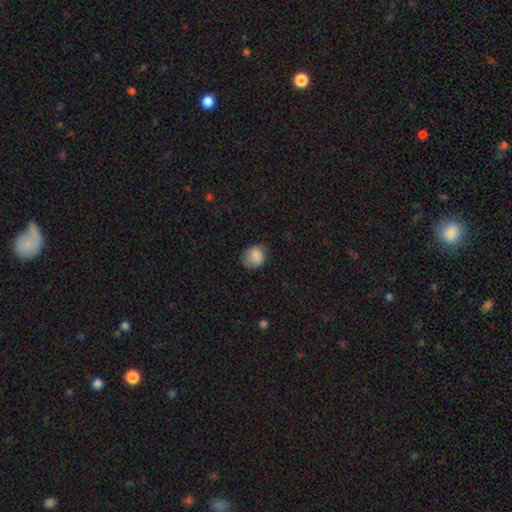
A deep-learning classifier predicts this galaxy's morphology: Smooth or featured?
  - smooth: 83% *
  - featured or disk: 9%
  - star or artifact: 8%
How rounded?
  - round: 66% *
  - in between: 33%
  - cigar-shaped: 1%
Merging?
  - none: 66% *
  - minor disturbance: 26%
  - major disturbance: 7%
  - merger: 1%